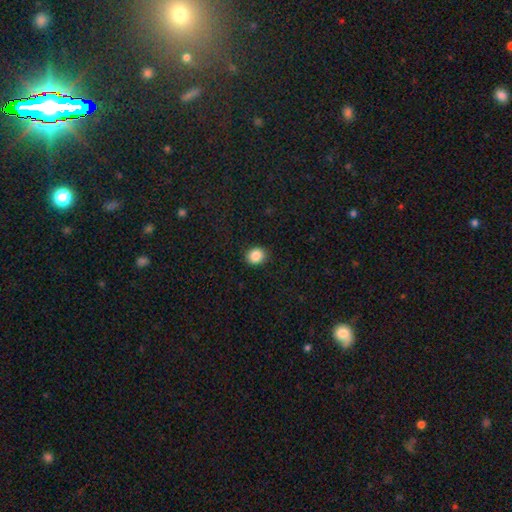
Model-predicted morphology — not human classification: This is clearly a smooth galaxy (87%). How rounded: likely round (69%). Merging: clearly none (89%).